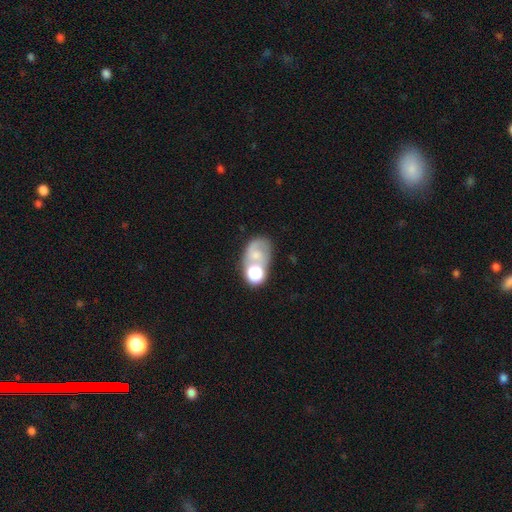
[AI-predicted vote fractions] The model was most divided on "merging": none: 34%, merger: 32%, minor disturbance: 17%, major disturbance: 16%. Remaining: smooth or featured — smooth (48%).